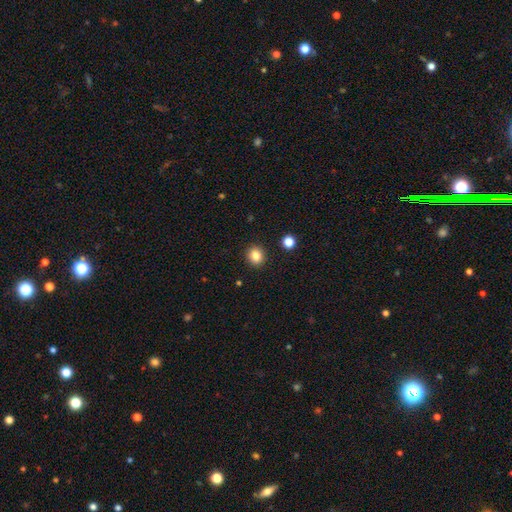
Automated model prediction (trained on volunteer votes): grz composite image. It shows a smooth galaxy with no disk features (83%) that is round (82%). Merging: none (91%).